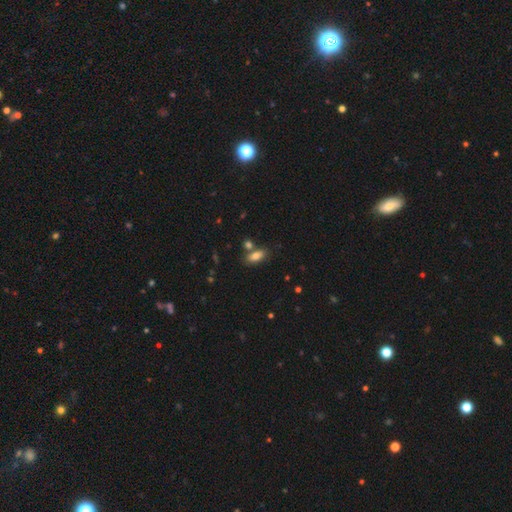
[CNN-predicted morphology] The model was most divided on "merging": none: 66%, merger: 19%, minor disturbance: 12%, major disturbance: 3%. More confident: how rounded — in between (84%); smooth or featured — smooth (78%).